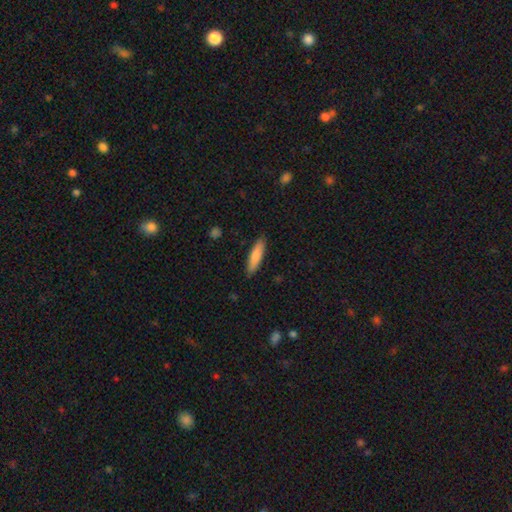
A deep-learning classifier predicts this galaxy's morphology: This appears to be a smooth galaxy with no disk features (82%) that is cigar-shaped (72%). Merging: none (88%).